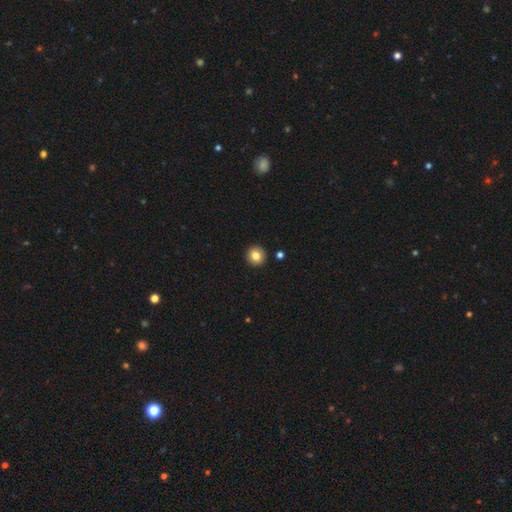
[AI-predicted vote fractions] Q: Smooth or featured?
A: smooth (83%); runner-up: star or artifact (10%)
Q: How rounded?
A: round (94%); runner-up: in between (5%)
Q: Merging?
A: none (92%); runner-up: minor disturbance (5%)